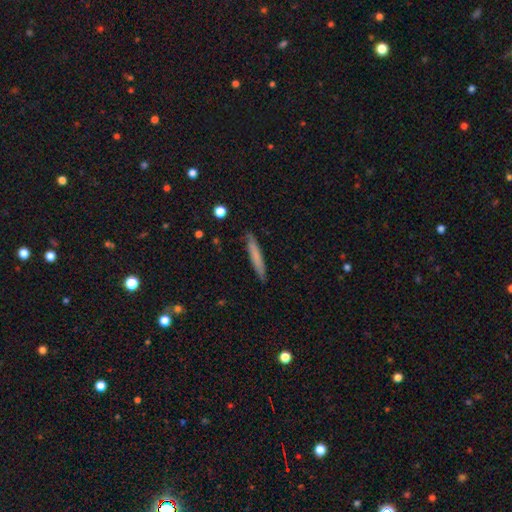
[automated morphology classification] Smooth or featured? smooth (71%)
How rounded? cigar-shaped (95%)
Merging? none (87%)